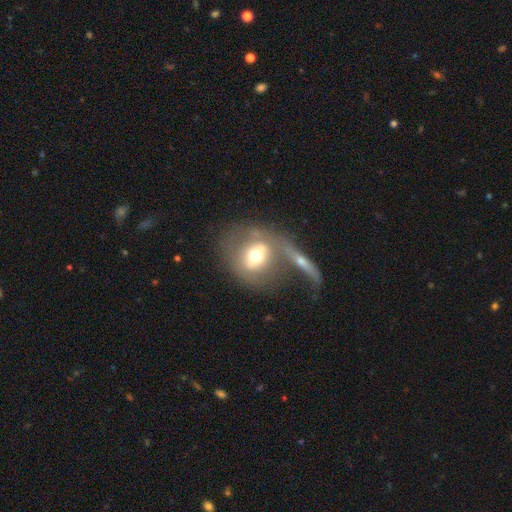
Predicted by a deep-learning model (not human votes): Smooth or featured: smooth — 53% (featured or disk — 39%)
How rounded: round — 68% (in between — 29%)
Merging: none — 43% (merger — 32%)